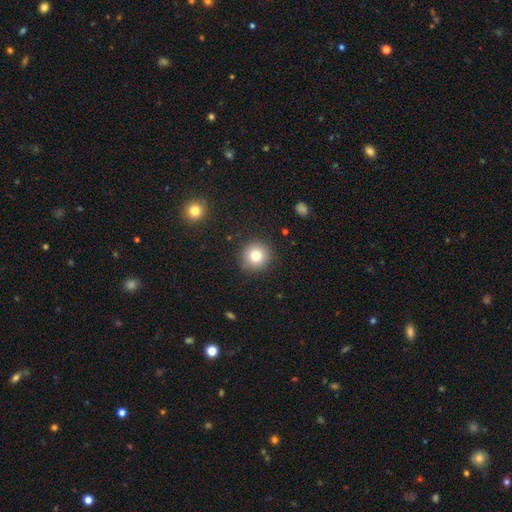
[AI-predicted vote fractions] Q: Smooth or featured?
A: smooth (80%); runner-up: star or artifact (11%)
Q: How rounded?
A: round (94%); runner-up: in between (5%)
Q: Merging?
A: none (90%); runner-up: minor disturbance (7%)